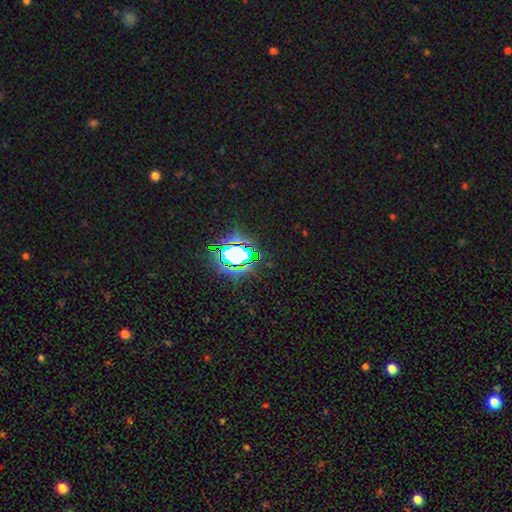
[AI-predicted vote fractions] smooth-or-featured: star or artifact: 79% | smooth: 13% | featured or disk: 8%